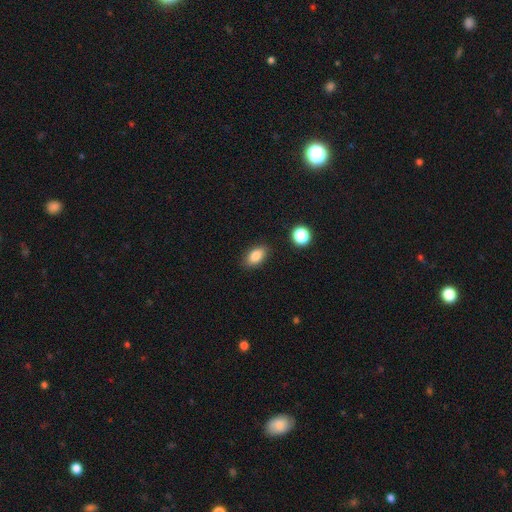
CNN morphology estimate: type=smooth (84%); roundness=in between (89%); merging=none (87%).